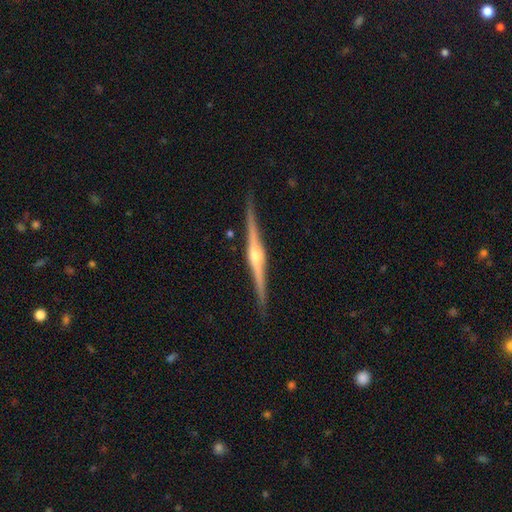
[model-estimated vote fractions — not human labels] A featured or disk galaxy (86%) viewed edge-on (99%) with a rounded central bulge (91%).

Vote fractions:
- Smooth or featured? featured or disk: 86% / smooth: 9% / star or artifact: 5%
- Edge-on disk? yes: 99% / no: 1%
- Edge-on bulge? rounded: 91% / boxy: 5% / none: 4%
- Merging? none: 91% / minor disturbance: 7% / major disturbance: 1% / merger: 1%